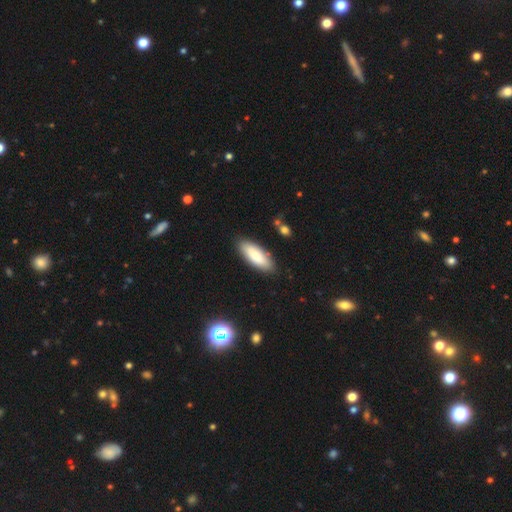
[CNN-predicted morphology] smooth_or_featured: smooth (p=0.79) [alt: featured or disk p=0.15]
how_rounded: in between (p=0.70) [alt: cigar-shaped p=0.29]
merging: none (p=0.86) [alt: minor disturbance p=0.10]